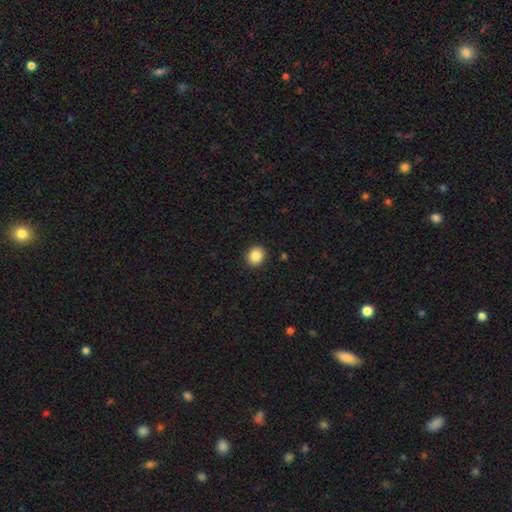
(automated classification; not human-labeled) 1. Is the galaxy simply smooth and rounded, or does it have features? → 86% smooth, 9% star or artifact, 4% featured or disk.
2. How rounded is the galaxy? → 81% round, 18% in between, 1% cigar-shaped.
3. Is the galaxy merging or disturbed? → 92% none, 5% minor disturbance, 2% major disturbance, 1% merger.